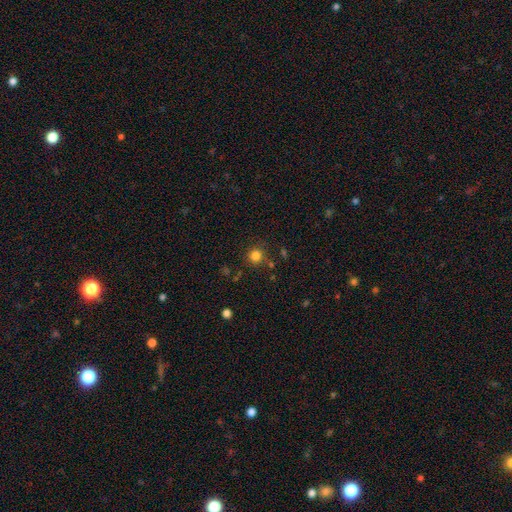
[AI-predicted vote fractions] Smooth or featured? Predicted: smooth (p=0.82). How rounded? Predicted: round (p=0.92). Merging? Predicted: none (p=0.82).